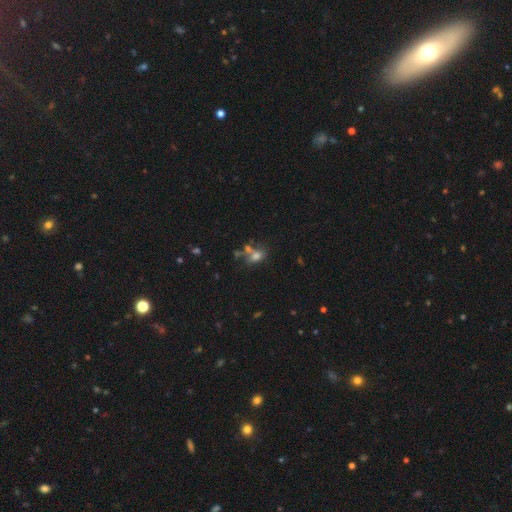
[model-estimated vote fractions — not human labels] Smooth or featured? Predicted: smooth (p=0.66). How rounded? Predicted: in between (p=0.71). Merging? Predicted: none (p=0.43).